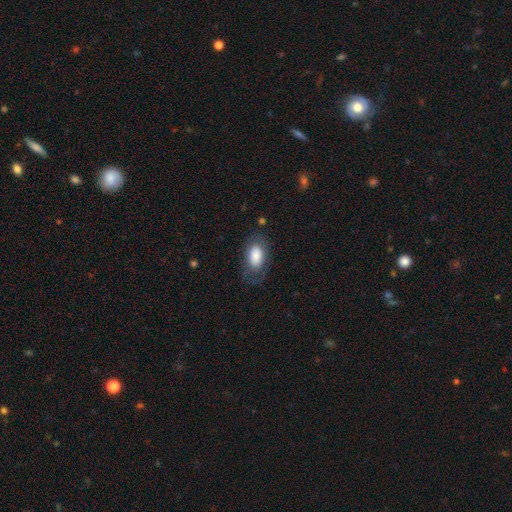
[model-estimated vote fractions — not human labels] smooth_or_featured: smooth (p=0.78) [alt: featured or disk p=0.15]
how_rounded: in between (p=0.93) [alt: round p=0.05]
merging: none (p=0.69) [alt: minor disturbance p=0.19]